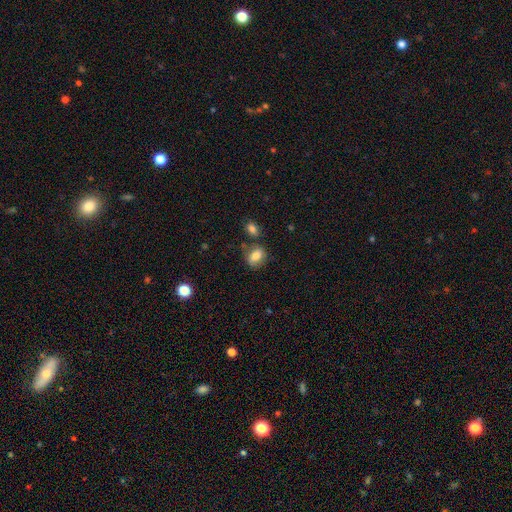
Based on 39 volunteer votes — A smooth galaxy with no disk features (79%) that is in between round and cigar-shaped (81%).

Vote fractions:
- Smooth or featured? smooth: 79% / featured or disk: 15% / star or artifact: 5%
- How rounded? in between: 81% / round: 19% / cigar-shaped: 0%
- Merging? none: 62% / minor disturbance: 16% / major disturbance: 11% / merger: 11%